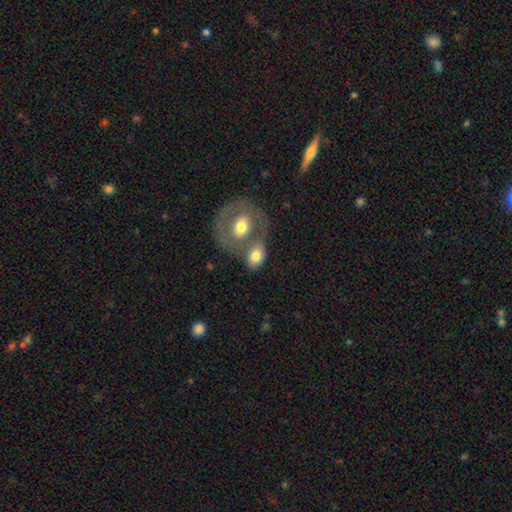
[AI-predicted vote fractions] Smooth or featured? Predicted: smooth (p=0.68). How rounded? Predicted: in between (p=0.67). Merging? Predicted: merger (p=0.44).